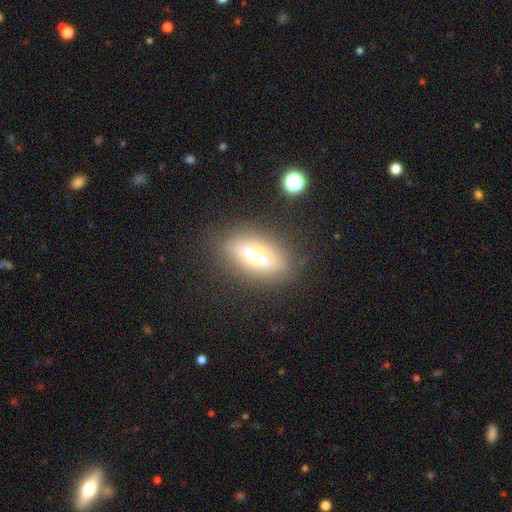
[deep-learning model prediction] Smooth or featured? featured or disk (55%)
Edge-on disk? yes (77%)
Merging? none (85%)